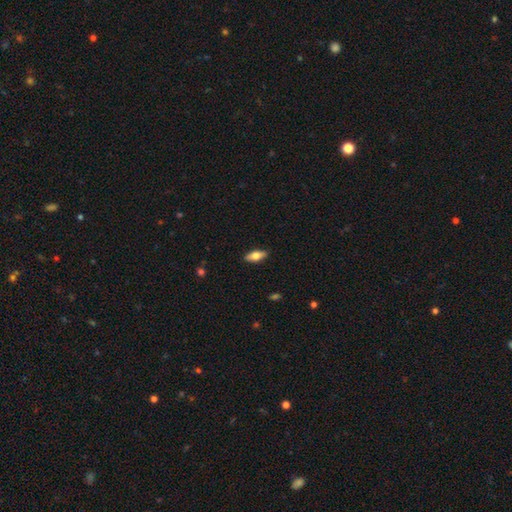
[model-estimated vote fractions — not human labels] Overall: smooth (65%; featured or disk 28%). How rounded: in between (77%). Merging: none (89%).